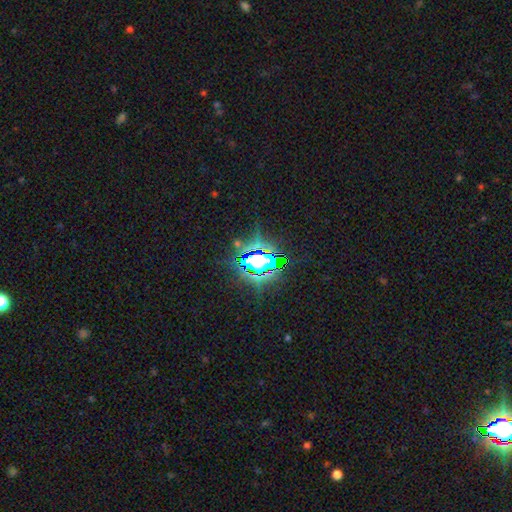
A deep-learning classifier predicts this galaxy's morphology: Smooth or featured: star or artifact — 79% (smooth — 12%)